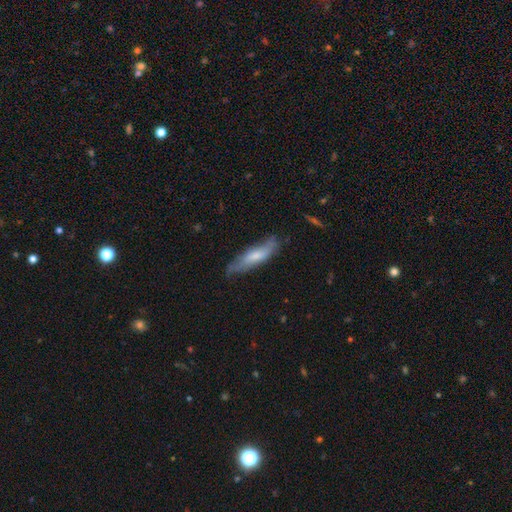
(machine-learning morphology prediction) Q: Smooth or featured?
A: smooth (60%); runner-up: featured or disk (34%)
Q: How rounded?
A: cigar-shaped (68%); runner-up: in between (31%)
Q: Merging?
A: none (63%); runner-up: minor disturbance (28%)